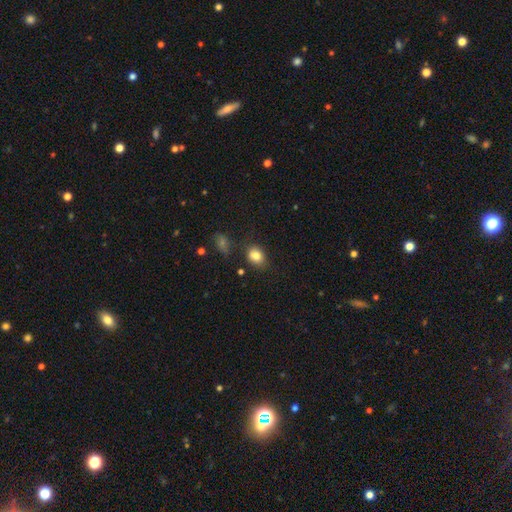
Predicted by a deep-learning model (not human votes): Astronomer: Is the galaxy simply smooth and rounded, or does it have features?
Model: smooth — 83%.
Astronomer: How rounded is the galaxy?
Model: in between — 60% (runner-up: round, 39%).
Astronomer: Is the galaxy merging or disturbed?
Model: none — 75%.